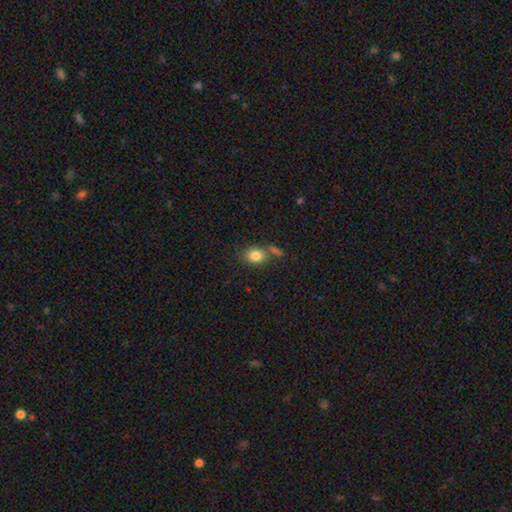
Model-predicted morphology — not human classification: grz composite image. It shows a smooth galaxy with no disk features (82%) that is in between round and cigar-shaped (59%). Merging: none (63%).